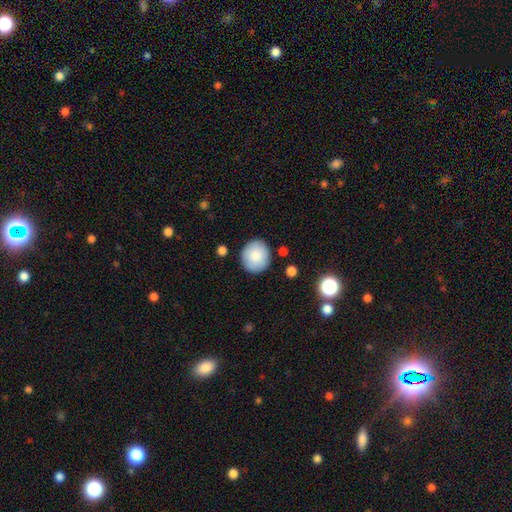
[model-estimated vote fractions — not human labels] This appears to be a smooth galaxy with no disk features (85%) that is round (88%). Merging: none (87%).